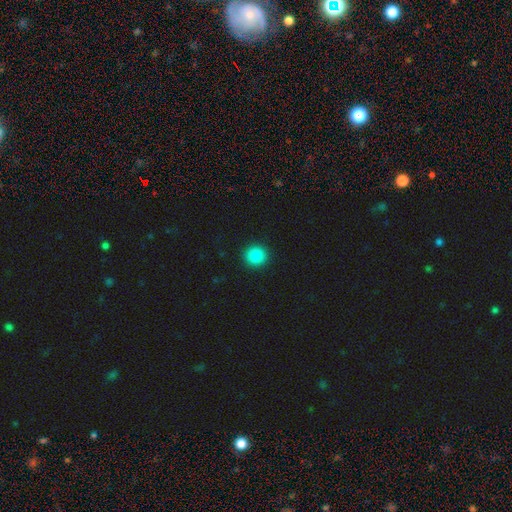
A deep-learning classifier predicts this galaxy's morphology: Smooth or featured? Predicted: smooth (p=0.86). How rounded? Predicted: round (p=0.94). Merging? Predicted: none (p=0.93).